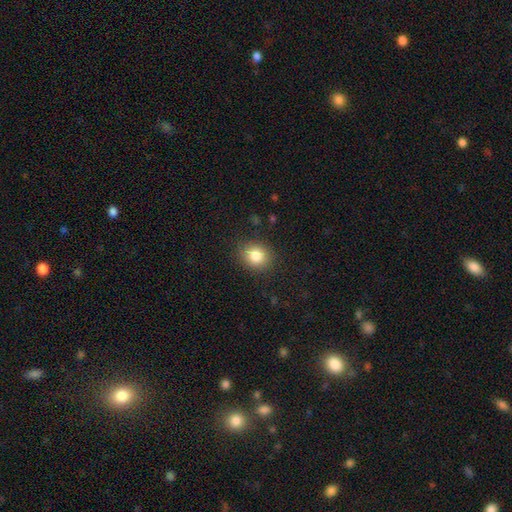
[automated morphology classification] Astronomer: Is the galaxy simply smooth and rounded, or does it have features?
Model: smooth — 83%.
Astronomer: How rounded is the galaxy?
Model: round — 66%.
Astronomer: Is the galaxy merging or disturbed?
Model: none — 86%.